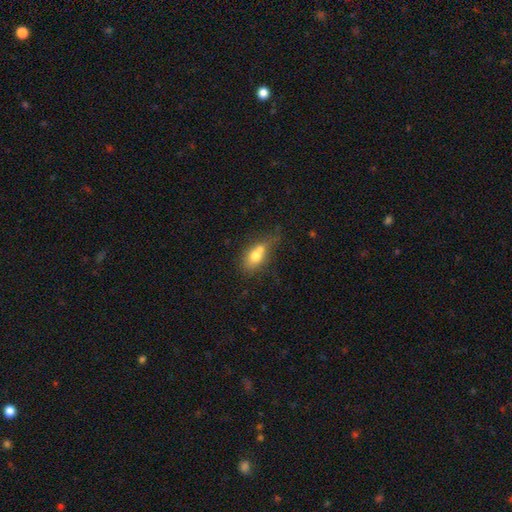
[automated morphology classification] Q: Smooth or featured?
A: smooth (69%); runner-up: featured or disk (22%)
Q: How rounded?
A: in between (71%); runner-up: round (23%)
Q: Merging?
A: merger (50%); runner-up: none (27%)